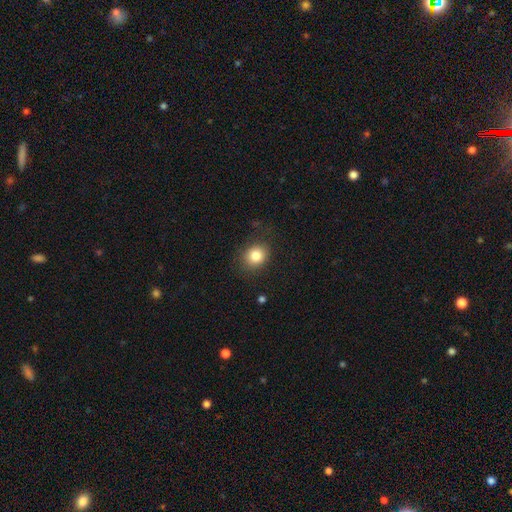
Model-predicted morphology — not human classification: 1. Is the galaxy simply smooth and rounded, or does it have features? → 82% smooth, 10% star or artifact, 7% featured or disk.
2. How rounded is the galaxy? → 67% round, 32% in between, 1% cigar-shaped.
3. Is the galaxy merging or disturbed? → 81% none, 13% minor disturbance, 5% major disturbance, 1% merger.